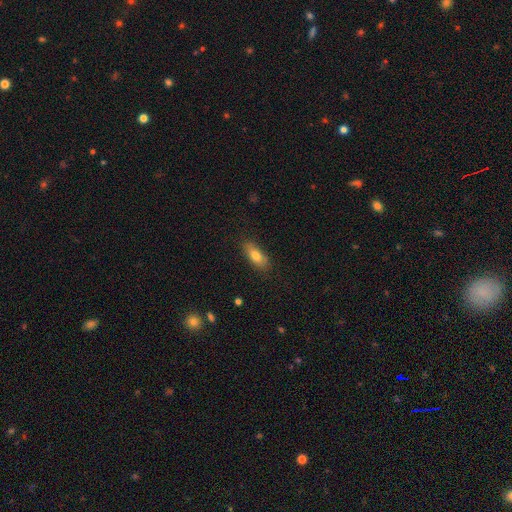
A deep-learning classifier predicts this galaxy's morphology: type=smooth (78%); roundness=in between (80%); merging=none (82%).